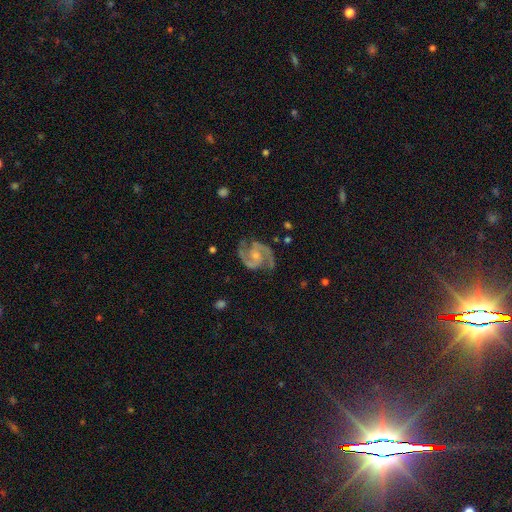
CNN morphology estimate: Smooth or featured: featured or disk — 93% (star or artifact — 4%)
Edge-on disk: no — 98% (yes — 2%)
Bar: no — 52% (weak — 38%)
Spiral arms: yes — 98% (no — 2%)
Spiral winding: medium — 64% (tight — 25%)
Spiral arm count: 2 — 94% (3 — 2%)
Bulge size: small — 51% (moderate — 39%)
Merging: none — 79% (minor disturbance — 15%)